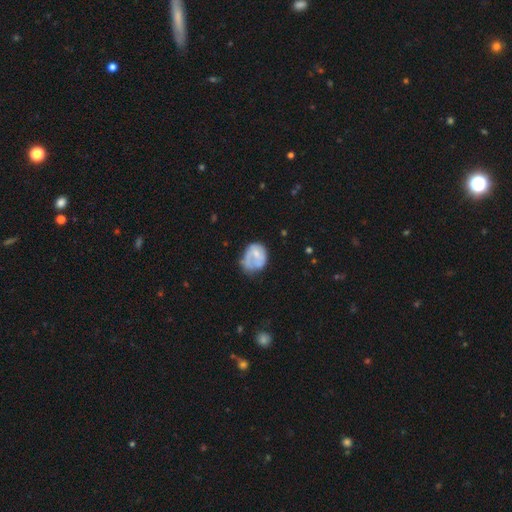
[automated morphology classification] Smooth or featured: smooth — 49% (featured or disk — 43%)
Merging: minor disturbance — 34% (none — 33%)